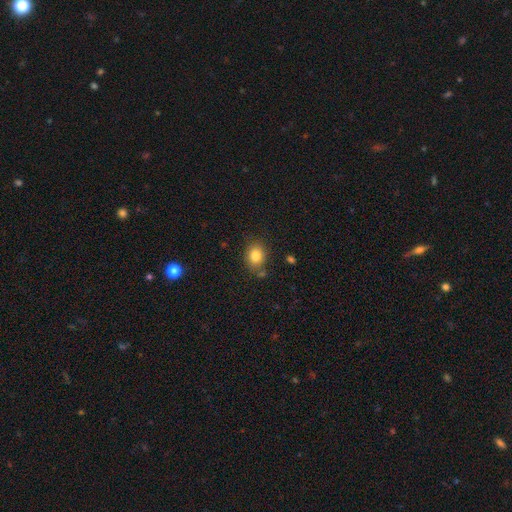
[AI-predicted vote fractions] A smooth galaxy with no disk features (83%) that is round (53%). Merging: none (76%).